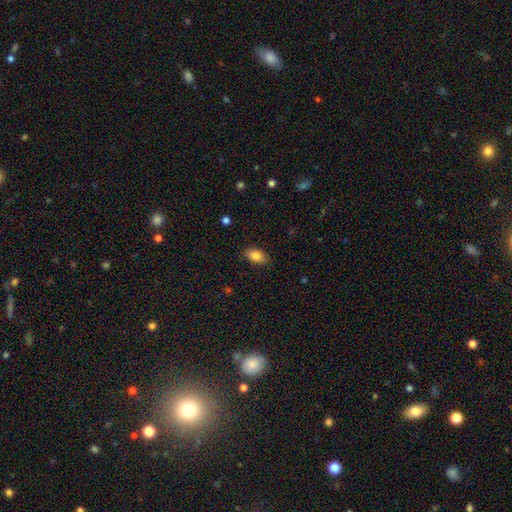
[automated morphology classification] Overall: smooth (85%). How rounded: in between (90%). Merging: none (84%).